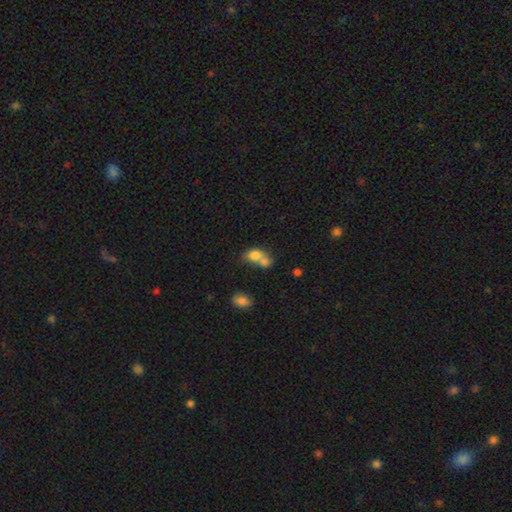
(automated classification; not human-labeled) Smooth or featured? smooth (77%)
How rounded? in between (66%)
Merging? merger (66%)